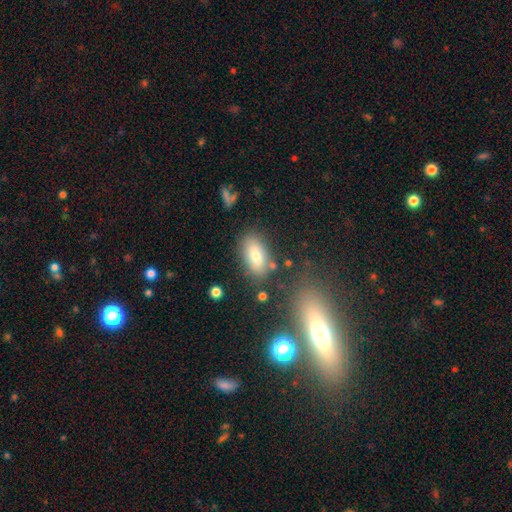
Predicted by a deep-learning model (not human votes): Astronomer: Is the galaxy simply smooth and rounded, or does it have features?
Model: smooth — 75%.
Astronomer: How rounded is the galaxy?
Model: in between — 88%.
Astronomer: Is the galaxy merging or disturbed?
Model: none — 77%.